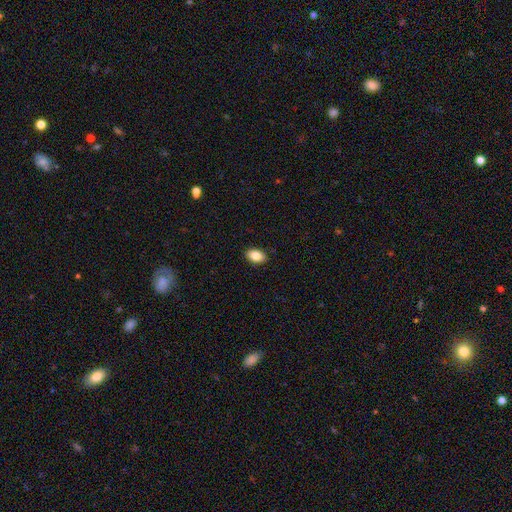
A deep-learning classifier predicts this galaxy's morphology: A smooth galaxy with no disk features (85%) that is in between round and cigar-shaped (89%). Merging: none (90%).